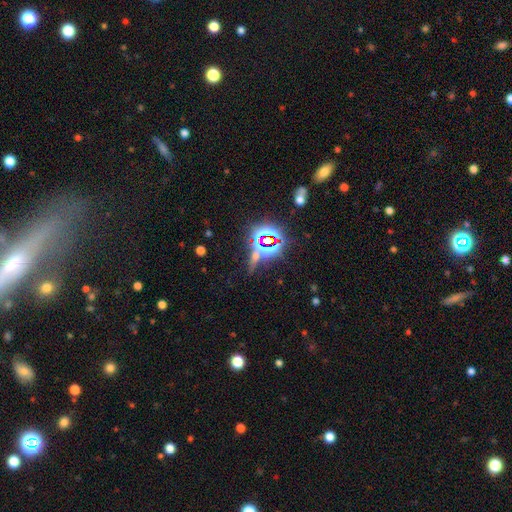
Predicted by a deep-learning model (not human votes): This appears to be a star or artifact, not a galaxy (68%).